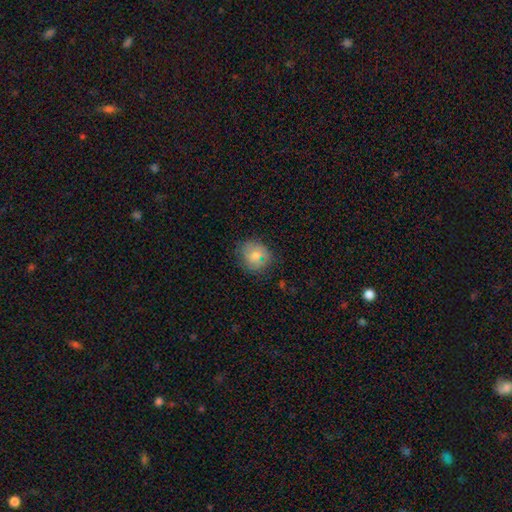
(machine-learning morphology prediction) Smooth or featured?
  - smooth: 76% *
  - featured or disk: 15%
  - star or artifact: 9%
How rounded?
  - round: 78% *
  - in between: 21%
  - cigar-shaped: 1%
Merging?
  - none: 74% *
  - minor disturbance: 19%
  - major disturbance: 6%
  - merger: 1%